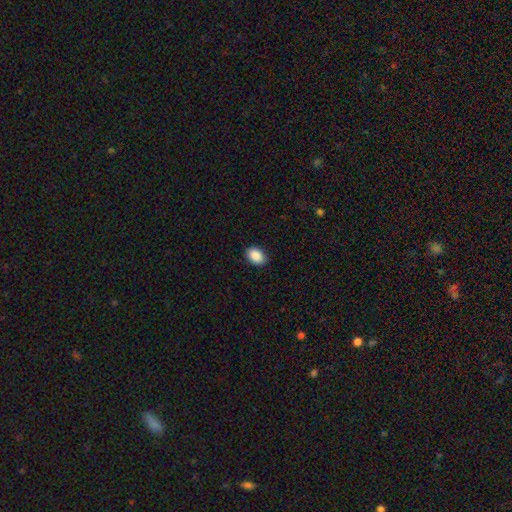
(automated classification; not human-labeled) This is clearly a smooth galaxy (89%). How rounded: clearly in between (80%). Merging: clearly none (88%).